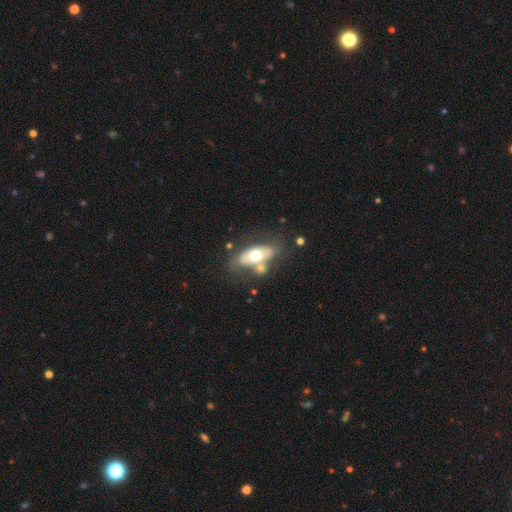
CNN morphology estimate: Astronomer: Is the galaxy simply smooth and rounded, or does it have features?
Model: smooth — 49% (runner-up: featured or disk, 46%).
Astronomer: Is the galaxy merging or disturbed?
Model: none — 55%.